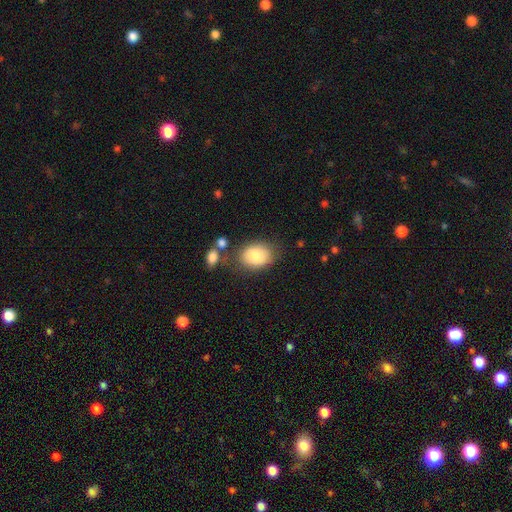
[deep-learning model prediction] Smooth or featured?
  - smooth: 82% *
  - featured or disk: 11%
  - star or artifact: 7%
How rounded?
  - in between: 71% *
  - round: 28%
  - cigar-shaped: 1%
Merging?
  - none: 71% *
  - minor disturbance: 16%
  - merger: 7%
  - major disturbance: 6%